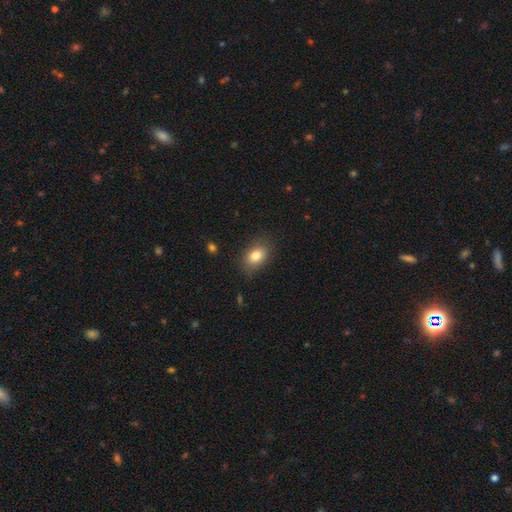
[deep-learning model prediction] A smooth galaxy with no disk features (81%) that is in between round and cigar-shaped (78%). Merging: none (82%).